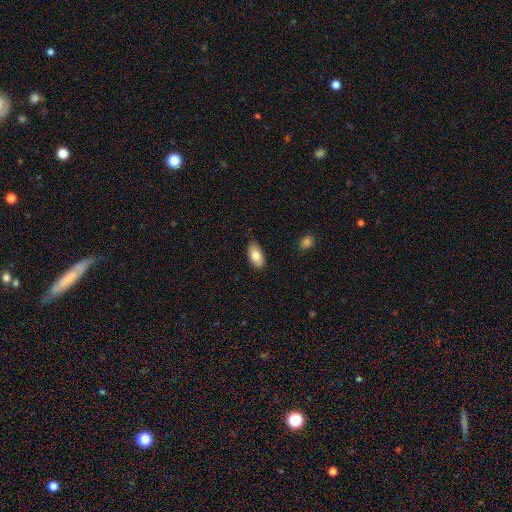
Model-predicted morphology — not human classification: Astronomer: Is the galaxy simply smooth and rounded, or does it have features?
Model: smooth — 79%.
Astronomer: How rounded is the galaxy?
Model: in between — 94%.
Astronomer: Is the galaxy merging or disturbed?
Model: none — 84%.